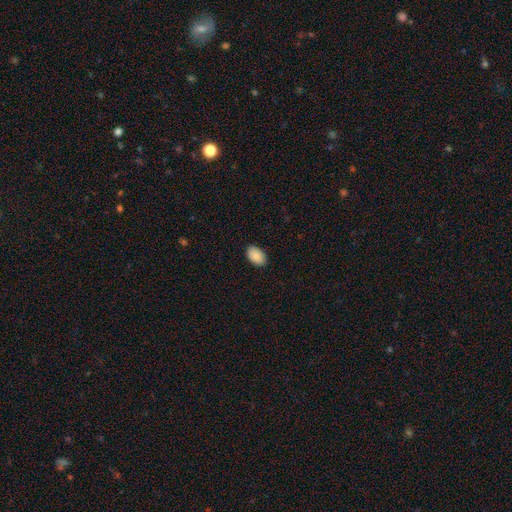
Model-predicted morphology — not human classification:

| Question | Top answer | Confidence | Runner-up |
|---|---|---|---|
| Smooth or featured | smooth | 89% | star or artifact (7%) |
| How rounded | in between | 91% | round (8%) |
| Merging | none | 88% | minor disturbance (9%) |